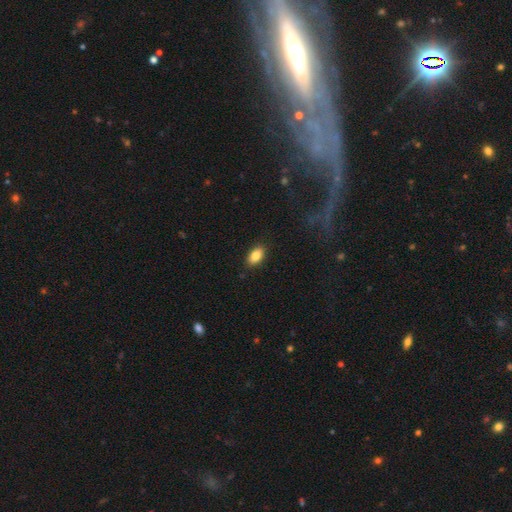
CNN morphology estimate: Smooth or featured? Predicted: smooth (p=0.85). How rounded? Predicted: in between (p=0.91). Merging? Predicted: none (p=0.88).